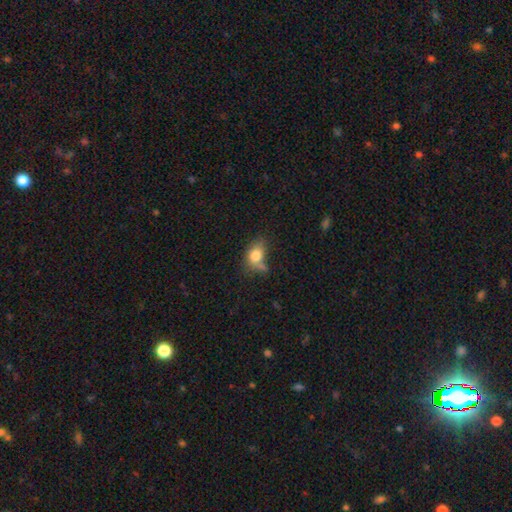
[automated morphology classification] type=smooth (79%); roundness=in between (76%); merging=none (43%).